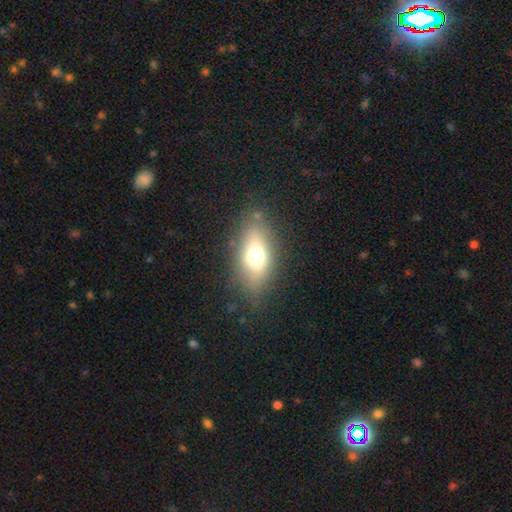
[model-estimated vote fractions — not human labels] Morphology: type=smooth (67%); roundness=in between (81%); merging=none (78%).